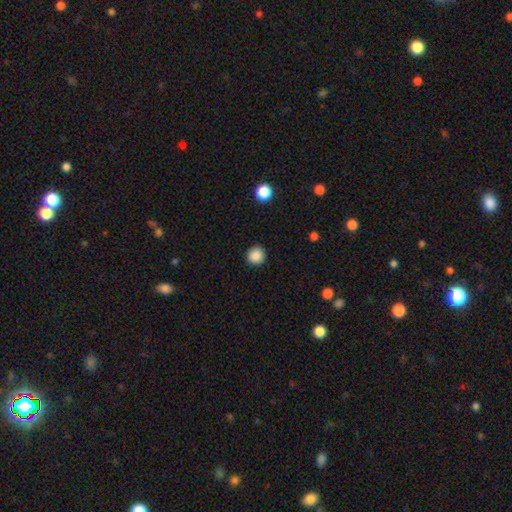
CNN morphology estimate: The model was most divided on "smooth or featured": smooth: 88%, star or artifact: 10%, featured or disk: 2%. More confident: how rounded — round (94%); merging — none (92%).